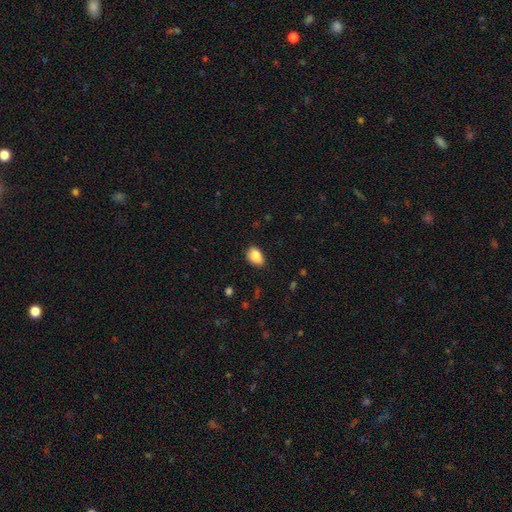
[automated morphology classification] Q: Smooth or featured?
A: smooth (86%); runner-up: star or artifact (8%)
Q: How rounded?
A: in between (84%); runner-up: round (14%)
Q: Merging?
A: none (70%); runner-up: minor disturbance (24%)